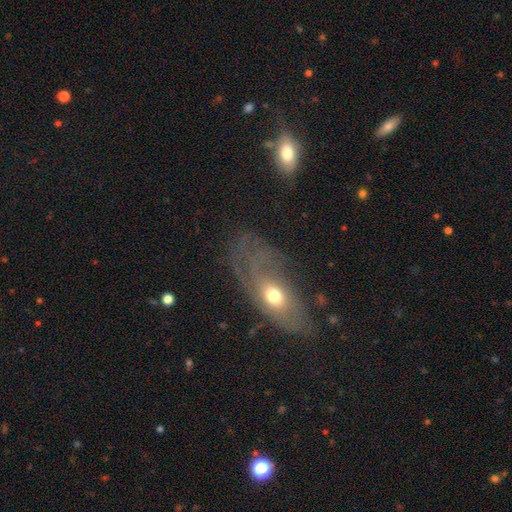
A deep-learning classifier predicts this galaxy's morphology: A featured or disk galaxy (53%). Merging: none (49%).